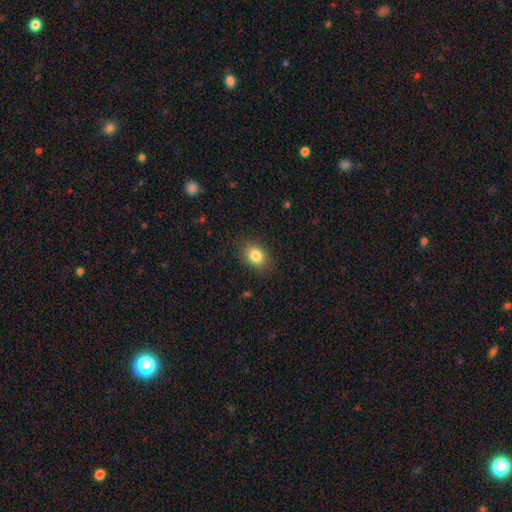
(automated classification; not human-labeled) Morphology: type=smooth (84%); roundness=in between (65%); merging=none (85%).